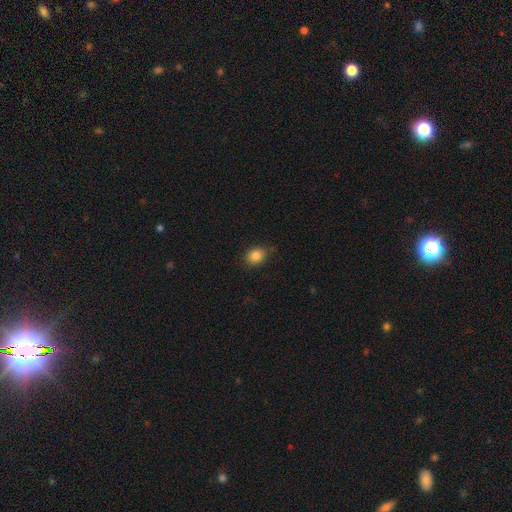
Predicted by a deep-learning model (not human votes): The model was most divided on "how rounded": in between: 55%, round: 44%, cigar-shaped: 1%. More confident: smooth or featured — smooth (85%); merging — none (81%).